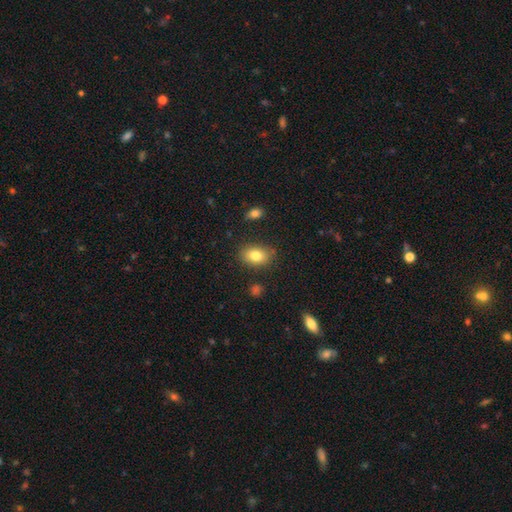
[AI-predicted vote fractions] Q: Smooth or featured?
A: smooth (80%); runner-up: featured or disk (11%)
Q: How rounded?
A: in between (79%); runner-up: round (19%)
Q: Merging?
A: none (82%); runner-up: minor disturbance (13%)